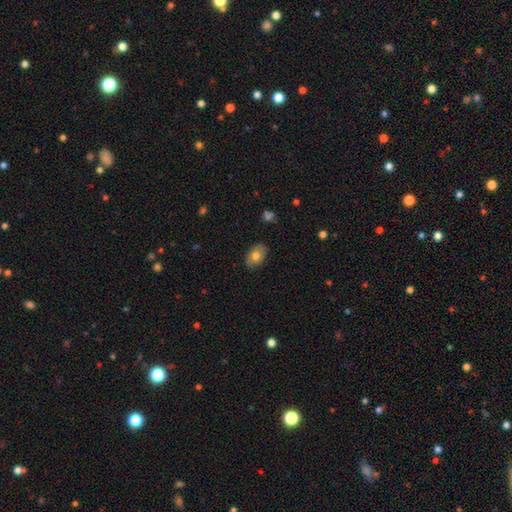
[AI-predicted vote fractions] Overall: smooth (74%). How rounded: in between (85%). Merging: none (84%).